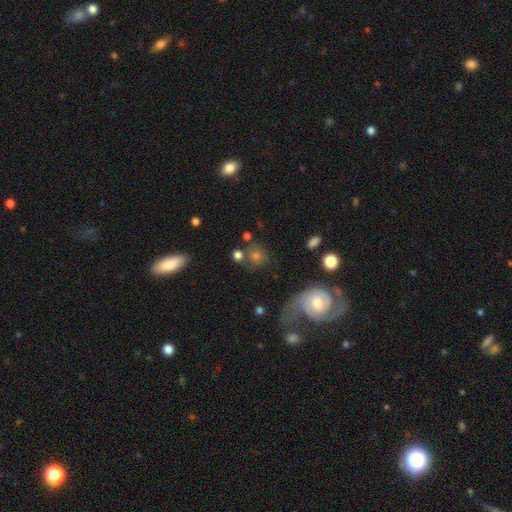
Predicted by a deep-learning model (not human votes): The model was most divided on "smooth or featured": smooth: 51%, featured or disk: 31%, star or artifact: 18%. More confident: how rounded — round (78%); merging — none (61%).